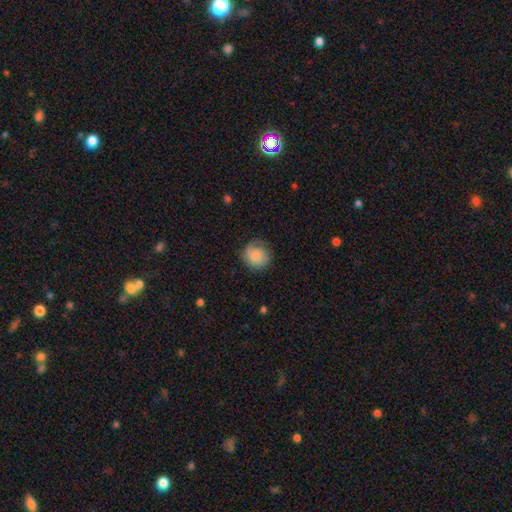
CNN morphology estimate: Smooth or featured? Predicted: smooth (p=0.74). How rounded? Predicted: round (p=0.87). Merging? Predicted: none (p=0.69).